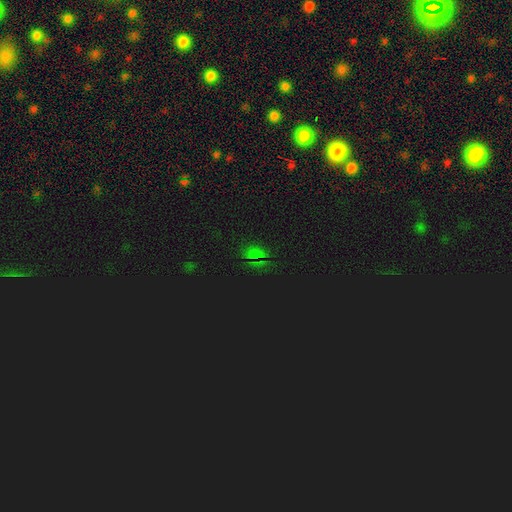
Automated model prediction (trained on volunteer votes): smooth_or_featured: star or artifact (p=0.56) [alt: smooth p=0.38]